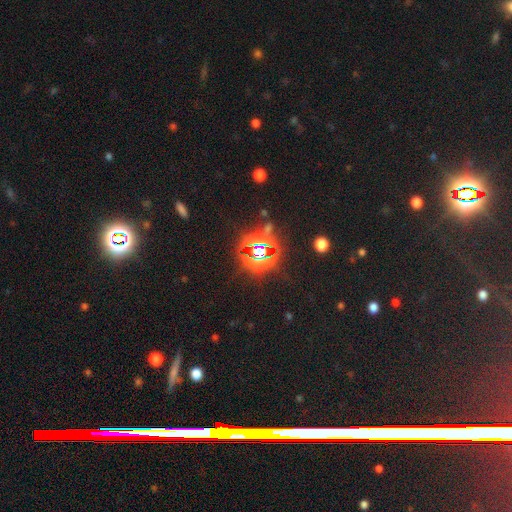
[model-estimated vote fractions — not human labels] Smooth or featured?
  - star or artifact: 75% *
  - smooth: 15%
  - featured or disk: 10%